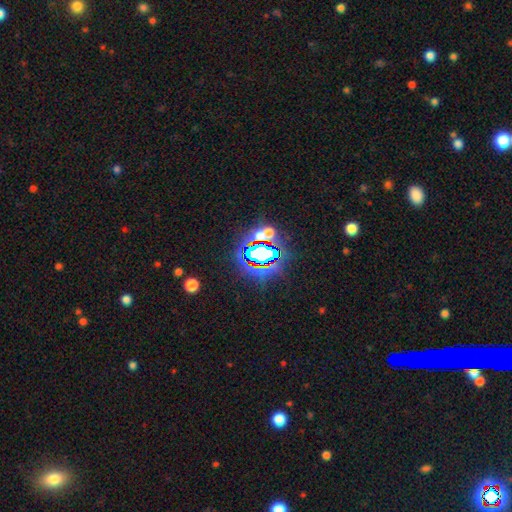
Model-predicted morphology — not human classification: A star or artifact, not a galaxy (80%).